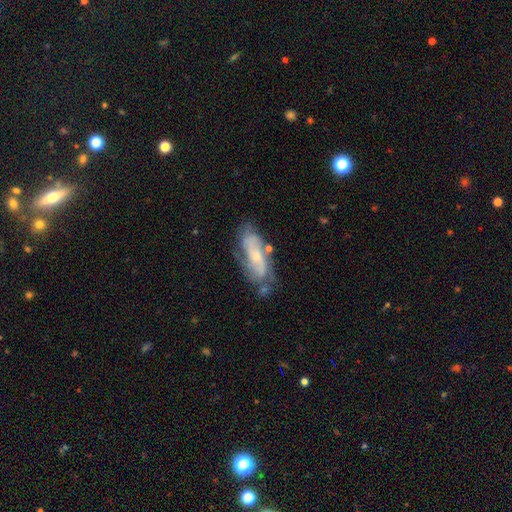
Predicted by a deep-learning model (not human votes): Morphology: type=featured or disk (68%); edge-on=no (86%); bar=no (57%); spiral arms=yes (85%); bulge=small (64%); merging=none (63%).